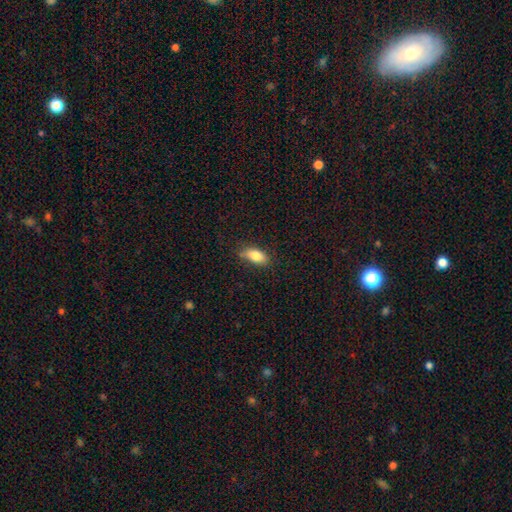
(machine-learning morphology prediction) smooth 82%, featured or disk 10%, star or artifact 8%. Down the decision tree: how rounded — in between (87%); merging — none (77%).